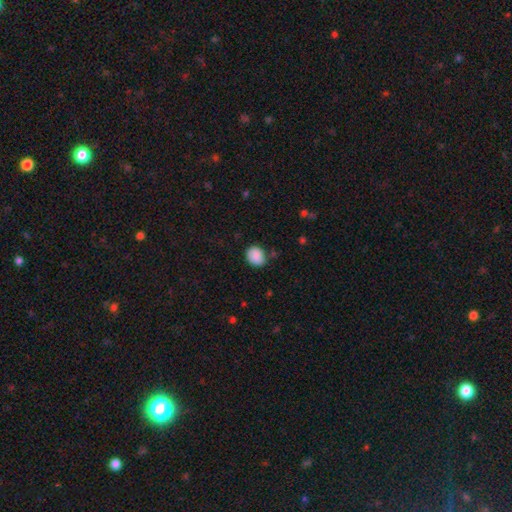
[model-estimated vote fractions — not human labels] Overall: smooth (86%). How rounded: round (61%; in between 38%). Merging: none (75%).